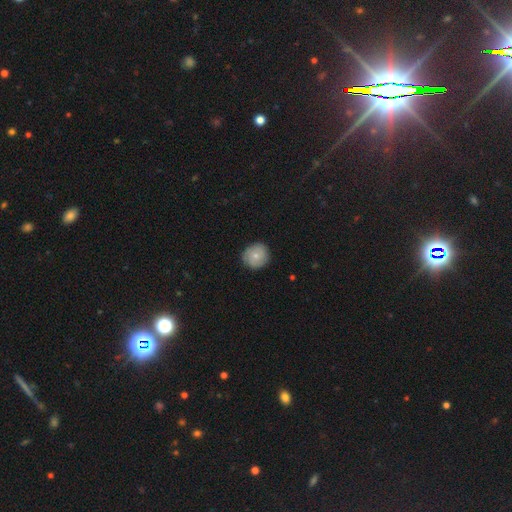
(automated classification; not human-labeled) Smooth or featured?
  - smooth: 71% *
  - featured or disk: 22%
  - star or artifact: 7%
How rounded?
  - round: 91% *
  - in between: 8%
  - cigar-shaped: 1%
Merging?
  - none: 86% *
  - minor disturbance: 11%
  - major disturbance: 2%
  - merger: 1%